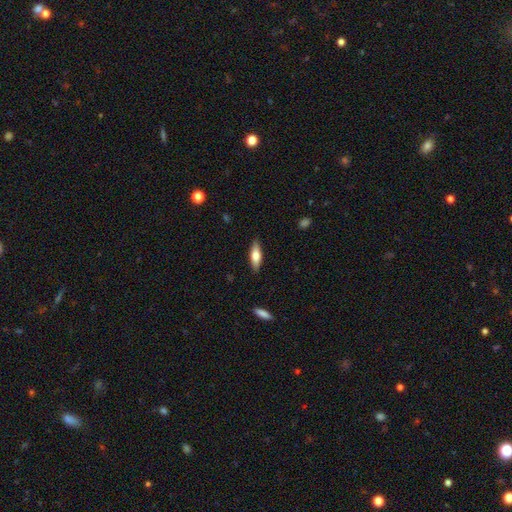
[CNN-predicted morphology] A smooth galaxy with no disk features (64%) that is in between round and cigar-shaped (52%).

Vote fractions:
- Smooth or featured? smooth: 64% / featured or disk: 30% / star or artifact: 6%
- How rounded? in between: 52% / cigar-shaped: 46% / round: 2%
- Merging? none: 87% / minor disturbance: 10% / major disturbance: 2% / merger: 1%